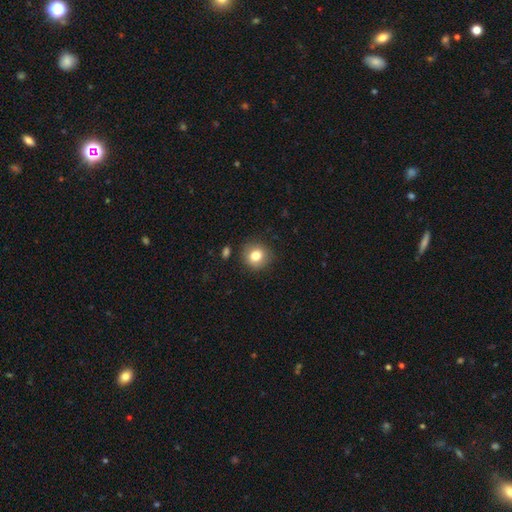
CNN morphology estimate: Overall: smooth (81%). How rounded: round (88%). Merging: none (86%).